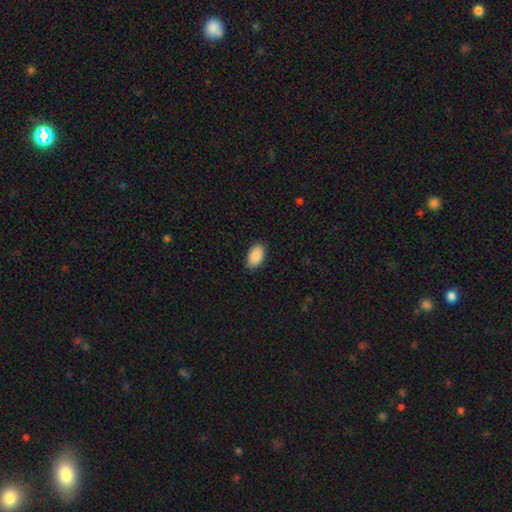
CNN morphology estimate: Smooth or featured? smooth (91%)
How rounded? in between (95%)
Merging? none (88%)